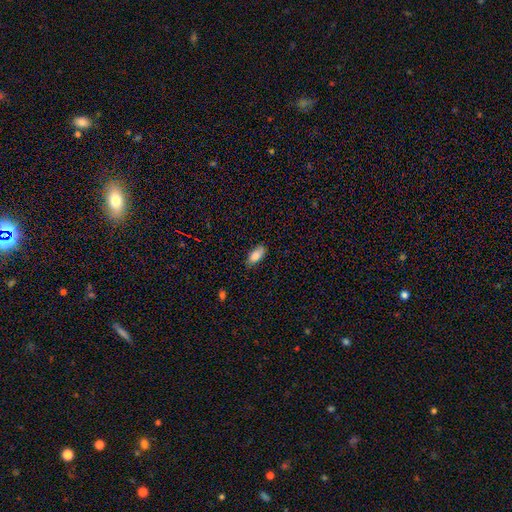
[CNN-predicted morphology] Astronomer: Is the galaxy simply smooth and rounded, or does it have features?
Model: smooth — 87%.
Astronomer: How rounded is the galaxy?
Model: in between — 87%.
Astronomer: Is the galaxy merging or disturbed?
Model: none — 78%.